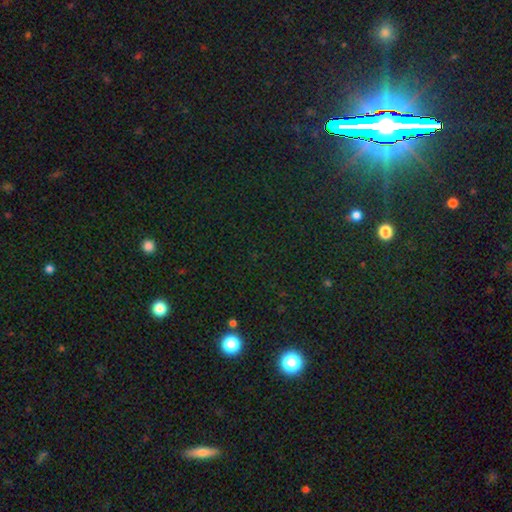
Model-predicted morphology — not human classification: type=star or artifact (80%).